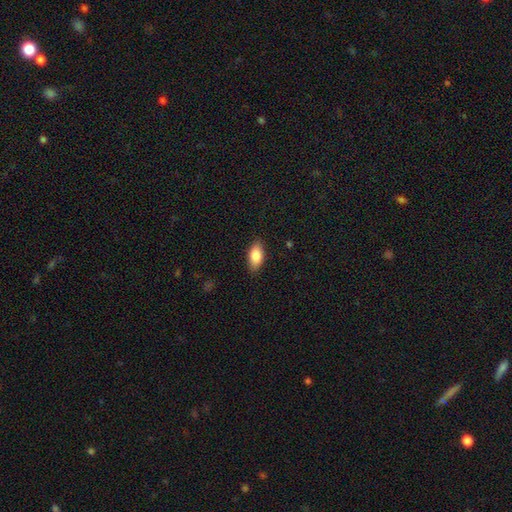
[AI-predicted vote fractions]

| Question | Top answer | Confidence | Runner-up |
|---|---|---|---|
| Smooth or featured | smooth | 84% | featured or disk (9%) |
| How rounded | in between | 90% | cigar-shaped (7%) |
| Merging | none | 87% | minor disturbance (10%) |